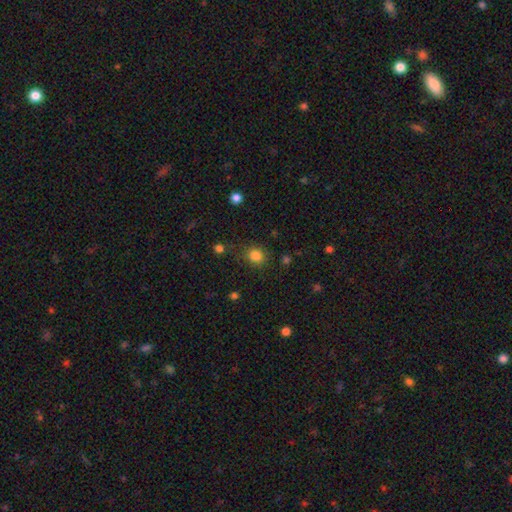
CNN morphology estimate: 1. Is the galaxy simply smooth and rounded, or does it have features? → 83% smooth, 13% star or artifact, 5% featured or disk.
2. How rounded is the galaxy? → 80% round, 19% in between, 1% cigar-shaped.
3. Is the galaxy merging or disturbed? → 81% none, 12% minor disturbance, 4% major disturbance, 3% merger.